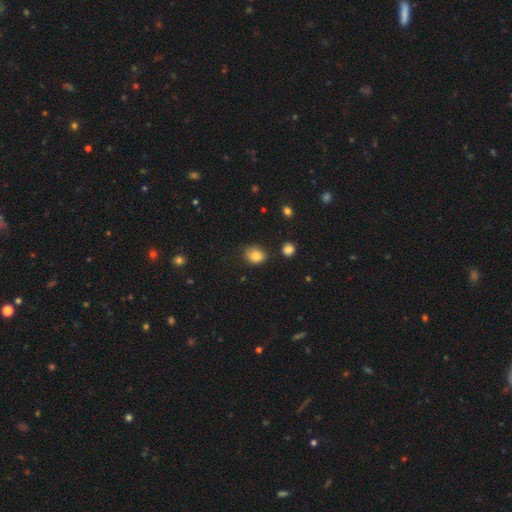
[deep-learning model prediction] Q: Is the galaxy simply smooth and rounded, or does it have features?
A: smooth — 84%.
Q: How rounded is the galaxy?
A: round — 57%.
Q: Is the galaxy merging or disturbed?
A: none — 78%.